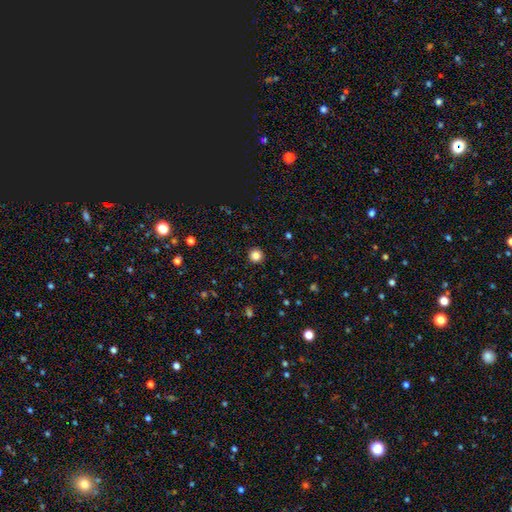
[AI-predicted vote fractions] smooth_or_featured: smooth (p=0.85) [alt: star or artifact p=0.11]
how_rounded: round (p=0.96) [alt: in between p=0.03]
merging: none (p=0.93) [alt: minor disturbance p=0.04]